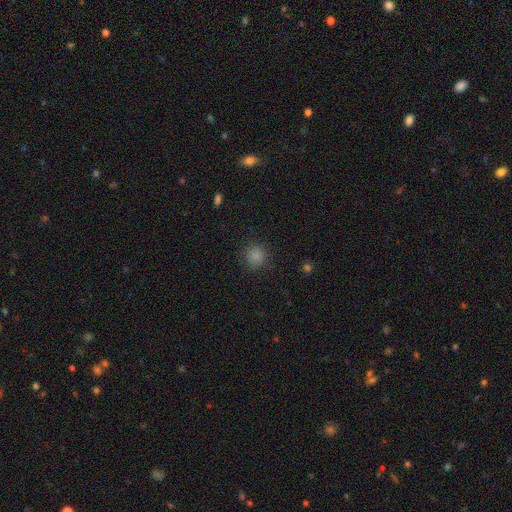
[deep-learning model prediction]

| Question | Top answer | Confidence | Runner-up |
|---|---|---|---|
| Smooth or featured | smooth | 83% | star or artifact (13%) |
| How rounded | round | 90% | in between (9%) |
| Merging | none | 86% | minor disturbance (9%) |